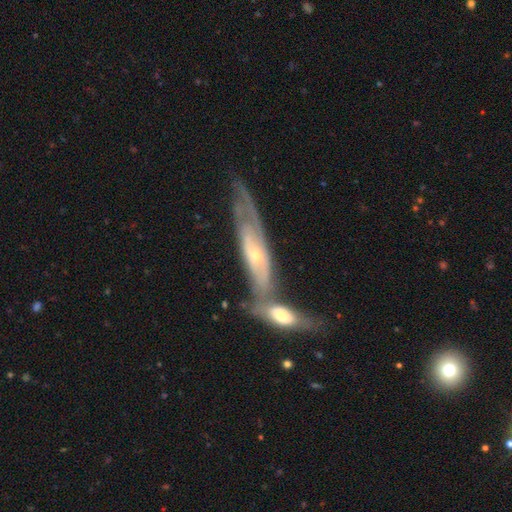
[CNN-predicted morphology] smooth-or-featured: featured or disk: 73% | smooth: 21% | star or artifact: 6%
  disk-edge-on: no: 67% | yes: 33%
  merging: merger: 44% | none: 32% | minor disturbance: 16% | major disturbance: 9%